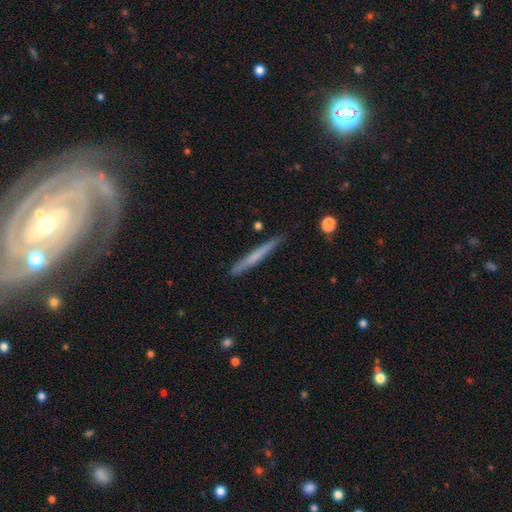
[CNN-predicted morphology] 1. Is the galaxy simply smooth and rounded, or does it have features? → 59% smooth, 36% featured or disk, 6% star or artifact.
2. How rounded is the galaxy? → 97% cigar-shaped, 2% in between, 1% round.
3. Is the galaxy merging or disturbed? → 89% none, 8% minor disturbance, 1% major disturbance, 1% merger.